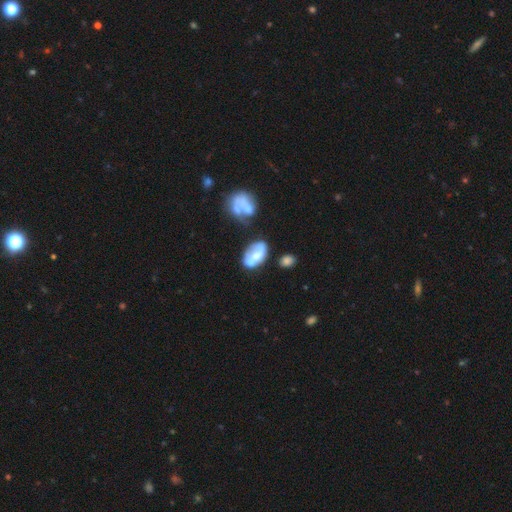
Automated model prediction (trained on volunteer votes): Smooth or featured: featured or disk — 53% (smooth — 40%)
Edge-on disk: no — 94% (yes — 6%)
Bar: no — 52% (weak — 33%)
Spiral arms: yes — 65% (no — 35%)
Bulge size: moderate — 51% (small — 30%)
Merging: none — 52% (minor disturbance — 23%)